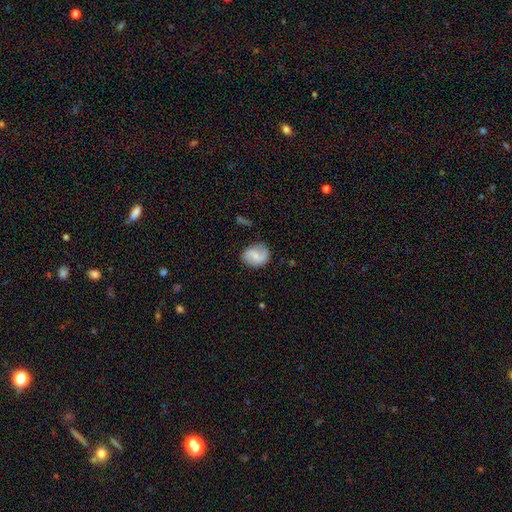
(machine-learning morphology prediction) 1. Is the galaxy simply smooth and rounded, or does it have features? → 65% featured or disk, 28% smooth, 7% star or artifact.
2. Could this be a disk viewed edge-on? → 98% no, 2% yes.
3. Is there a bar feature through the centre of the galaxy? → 50% weak, 36% no, 14% strong.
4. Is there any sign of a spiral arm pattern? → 91% yes, 9% no.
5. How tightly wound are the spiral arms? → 43% loose, 41% medium, 16% tight.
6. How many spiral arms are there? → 88% 2, 5% can't tell, 3% 1, 1% 3, 1% 4, 1% more than 4.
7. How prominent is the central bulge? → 55% small, 31% moderate, 12% none, 2% large, 1% dominant.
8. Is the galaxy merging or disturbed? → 79% none, 15% minor disturbance, 4% major disturbance, 2% merger.